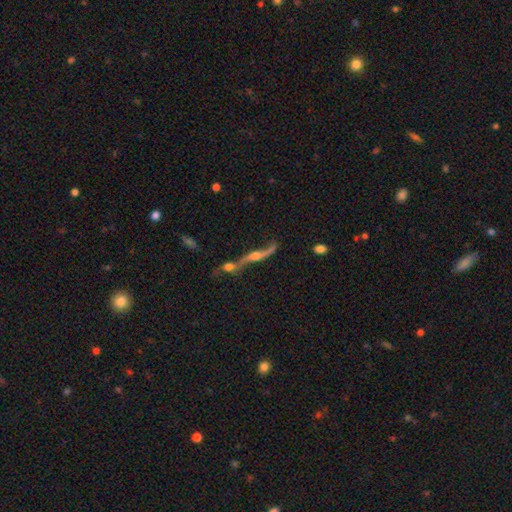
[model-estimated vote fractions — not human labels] Smooth or featured? featured or disk (67%)
Edge-on disk? yes (70%)
Merging? none (44%)